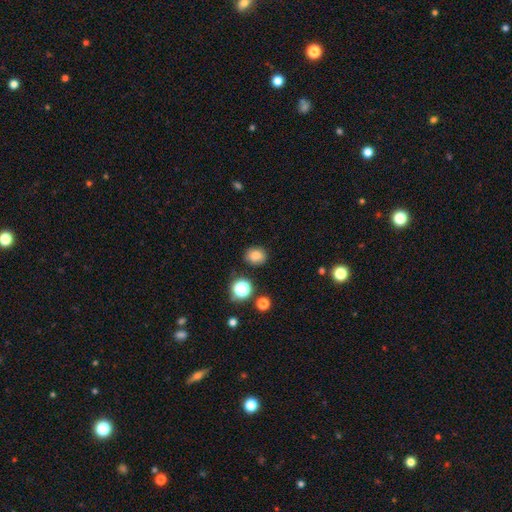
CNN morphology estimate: Smooth or featured? Predicted: smooth (p=0.80). How rounded? Predicted: round (p=0.63). Merging? Predicted: none (p=0.84).